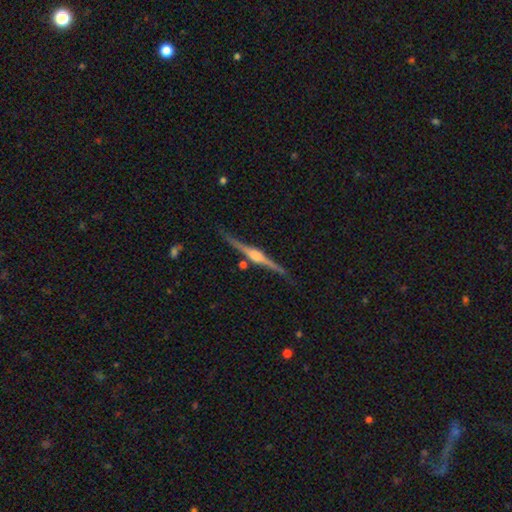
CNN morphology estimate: Smooth or featured? featured or disk (85%)
Edge-on disk? yes (98%)
Edge-on bulge? rounded (86%)
Merging? none (85%)